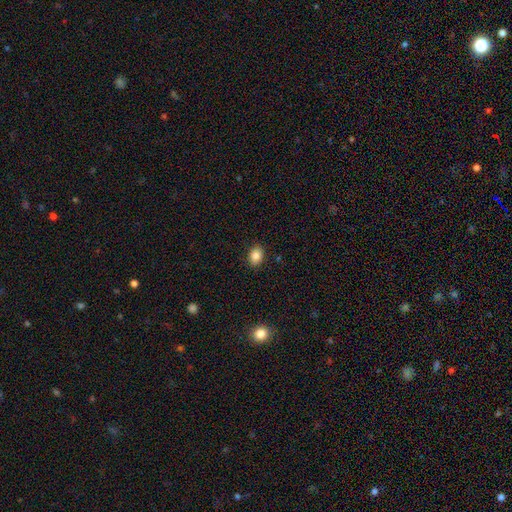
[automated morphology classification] Smooth or featured? Predicted: smooth (p=0.84). How rounded? Predicted: in between (p=0.66). Merging? Predicted: none (p=0.89).